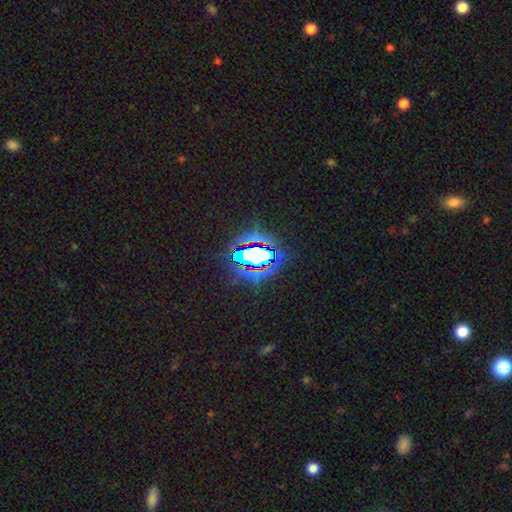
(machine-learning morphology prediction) A star or artifact, not a galaxy (66%).

Vote fractions:
- Smooth or featured? star or artifact: 66% / smooth: 20% / featured or disk: 14%